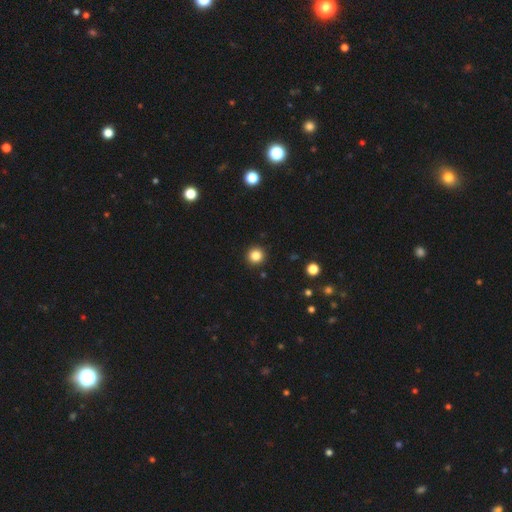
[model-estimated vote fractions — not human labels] Smooth or featured?
  - smooth: 84% *
  - star or artifact: 12%
  - featured or disk: 4%
How rounded?
  - round: 95% *
  - in between: 4%
  - cigar-shaped: 1%
Merging?
  - none: 93% *
  - minor disturbance: 4%
  - major disturbance: 2%
  - merger: 1%